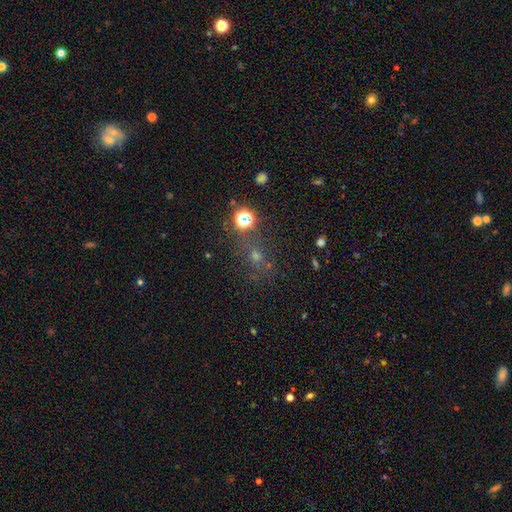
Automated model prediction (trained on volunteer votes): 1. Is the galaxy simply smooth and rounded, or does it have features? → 44% smooth (tied), 44% star or artifact (tied), 12% featured or disk.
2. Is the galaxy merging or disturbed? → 67% none, 13% merger, 12% minor disturbance, 8% major disturbance.